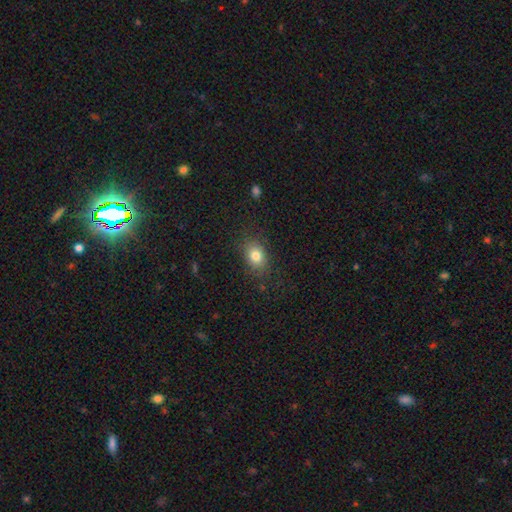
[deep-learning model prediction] Smooth or featured? Predicted: smooth (p=0.80). How rounded? Predicted: in between (p=0.69). Merging? Predicted: none (p=0.80).